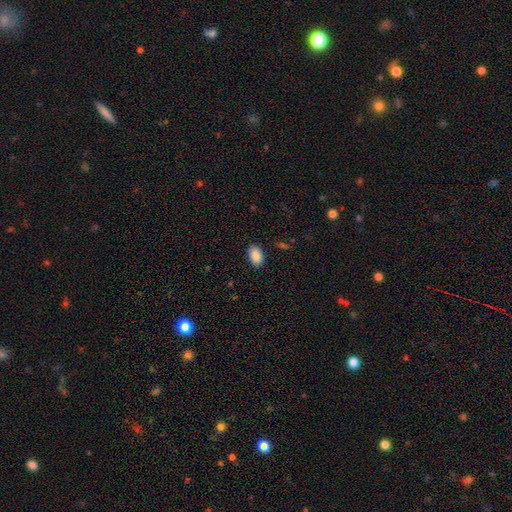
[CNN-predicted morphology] A smooth galaxy with no disk features (89%) that is in between round and cigar-shaped (91%).

Vote fractions:
- Smooth or featured? smooth: 89% / star or artifact: 7% / featured or disk: 4%
- How rounded? in between: 91% / round: 8% / cigar-shaped: 1%
- Merging? none: 87% / minor disturbance: 9% / major disturbance: 2% / merger: 1%